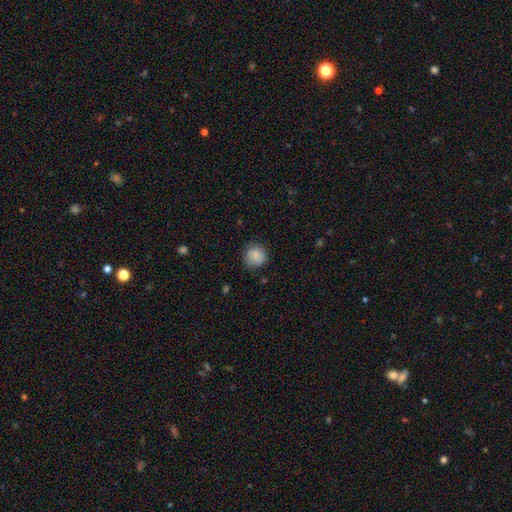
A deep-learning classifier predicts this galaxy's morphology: smooth_or_featured: smooth (p=0.85) [alt: star or artifact p=0.08]
how_rounded: round (p=0.90) [alt: in between p=0.09]
merging: none (p=0.81) [alt: minor disturbance p=0.15]